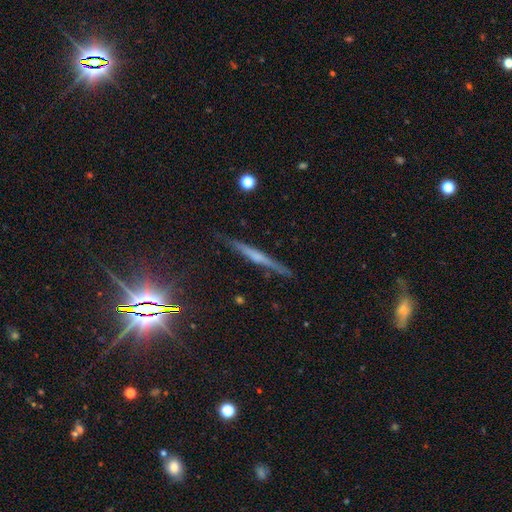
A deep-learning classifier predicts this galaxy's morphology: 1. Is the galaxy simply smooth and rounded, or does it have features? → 60% featured or disk, 26% smooth, 14% star or artifact.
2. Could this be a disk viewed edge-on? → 97% yes, 3% no.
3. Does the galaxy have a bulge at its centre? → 44% rounded, 42% none, 14% boxy.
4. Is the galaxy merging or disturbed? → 88% none, 9% minor disturbance, 2% major disturbance, 1% merger.